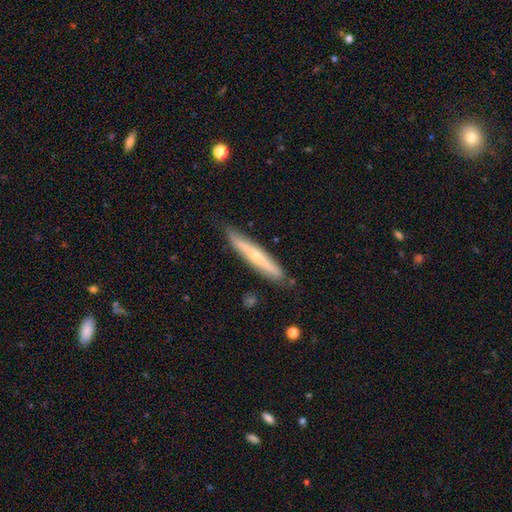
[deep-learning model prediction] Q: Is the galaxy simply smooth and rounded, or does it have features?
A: featured or disk — 56%.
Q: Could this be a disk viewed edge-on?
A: yes — 90%.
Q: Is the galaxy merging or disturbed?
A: none — 83%.